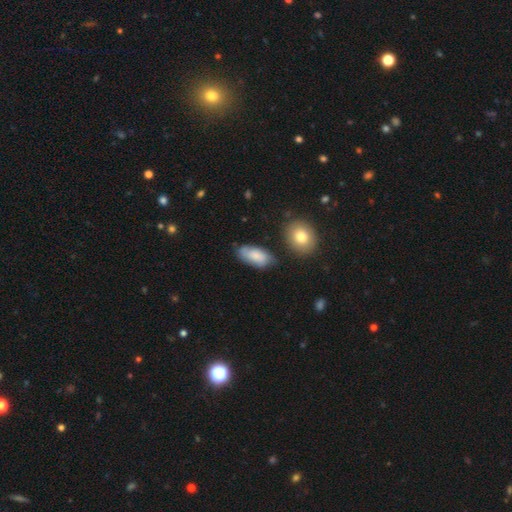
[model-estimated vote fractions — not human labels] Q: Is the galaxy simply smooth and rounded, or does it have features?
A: smooth — 73%.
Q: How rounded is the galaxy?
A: in between — 91%.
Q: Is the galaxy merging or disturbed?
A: none — 70%.